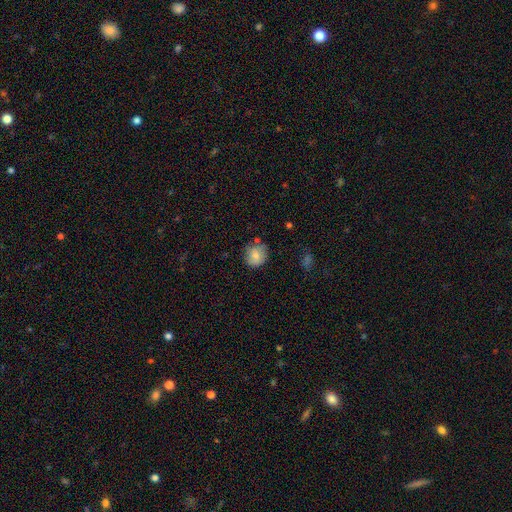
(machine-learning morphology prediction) Smooth or featured: smooth — 75% (featured or disk — 17%)
How rounded: round — 82% (in between — 17%)
Merging: none — 72% (minor disturbance — 20%)